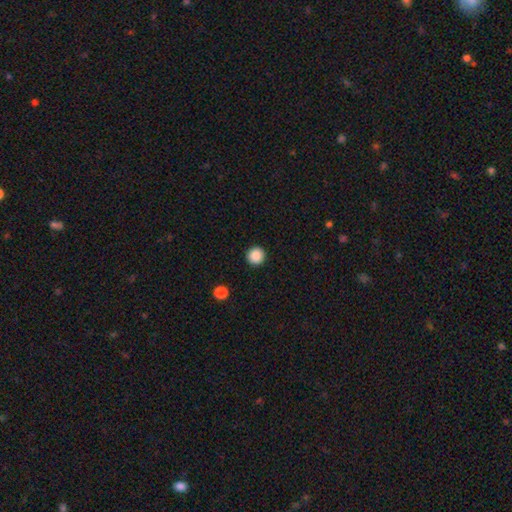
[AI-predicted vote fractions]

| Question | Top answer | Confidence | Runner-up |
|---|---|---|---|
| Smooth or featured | smooth | 88% | star or artifact (10%) |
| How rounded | round | 96% | in between (3%) |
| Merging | none | 93% | minor disturbance (4%) |